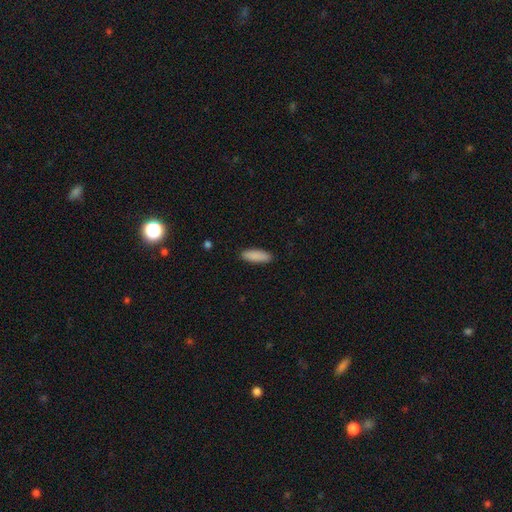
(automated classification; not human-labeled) Q: Smooth or featured?
A: smooth (90%); runner-up: star or artifact (6%)
Q: How rounded?
A: in between (56%); runner-up: cigar-shaped (43%)
Q: Merging?
A: none (90%); runner-up: minor disturbance (7%)